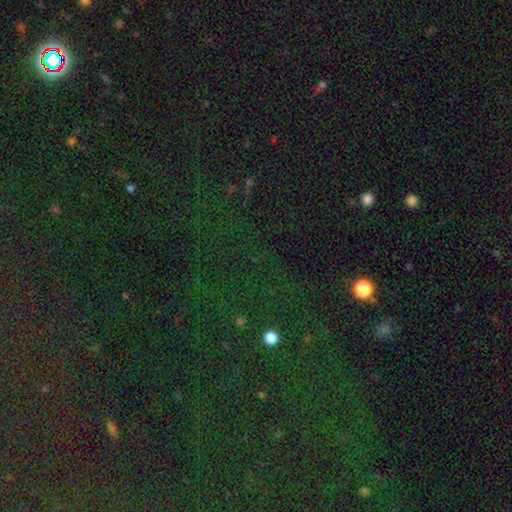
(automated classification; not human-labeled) smooth-or-featured: star or artifact: 81% | smooth: 12% | featured or disk: 7%